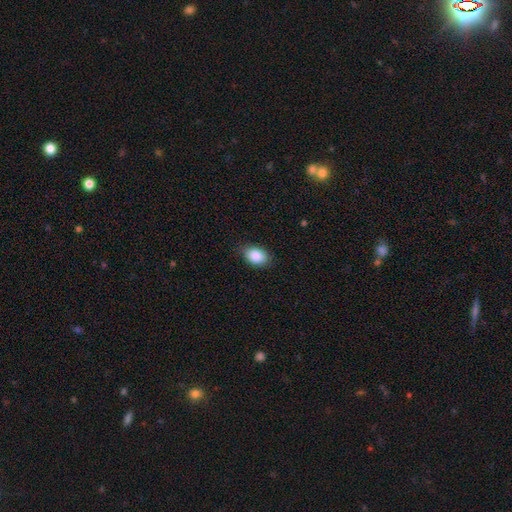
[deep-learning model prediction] Morphology: type=smooth (86%); roundness=in between (82%); merging=none (81%).